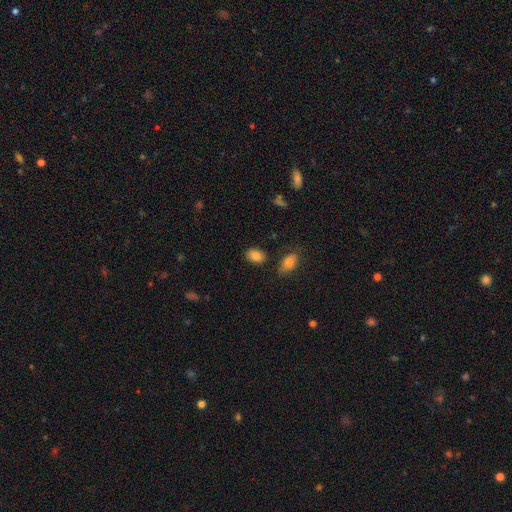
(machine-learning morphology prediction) The model was most divided on "how rounded": in between: 81%, round: 18%, cigar-shaped: 1%. More confident: smooth or featured — smooth (84%); merging — none (82%).